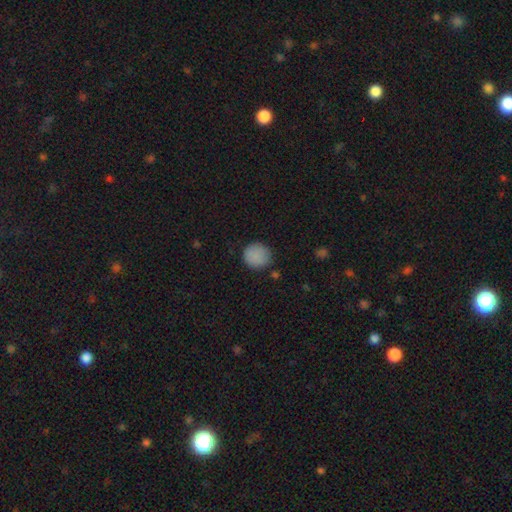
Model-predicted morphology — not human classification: Smooth or featured? Predicted: smooth (p=0.86). How rounded? Predicted: round (p=0.90). Merging? Predicted: none (p=0.80).